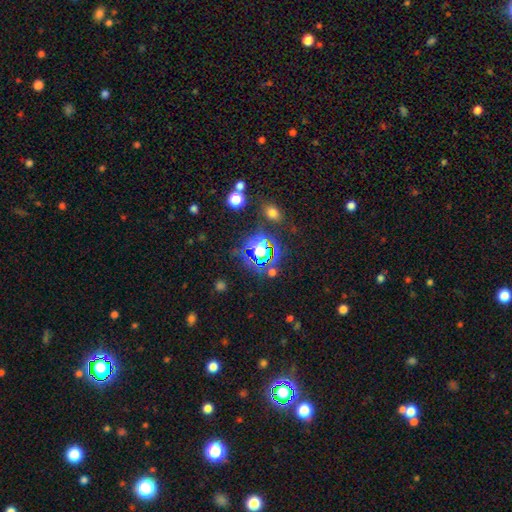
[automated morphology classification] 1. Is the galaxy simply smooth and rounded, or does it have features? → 65% star or artifact, 26% smooth, 9% featured or disk.